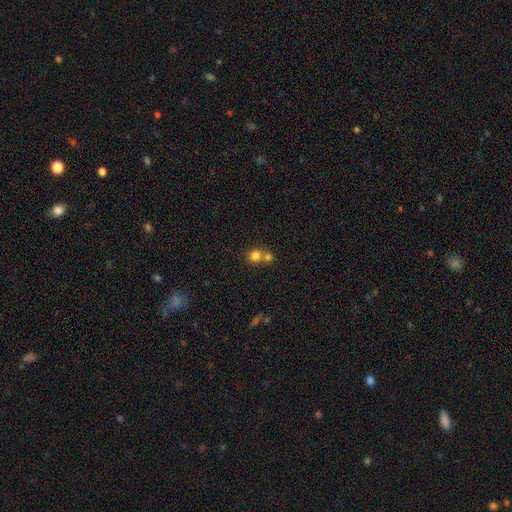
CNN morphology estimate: Smooth or featured? smooth (80%)
How rounded? round (83%)
Merging? merger (49%)